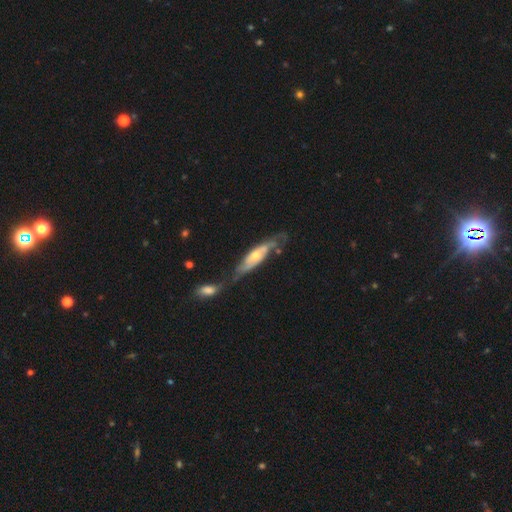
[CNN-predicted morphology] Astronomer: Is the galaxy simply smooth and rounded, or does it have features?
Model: featured or disk — 69%.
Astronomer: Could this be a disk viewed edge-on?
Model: no — 65%.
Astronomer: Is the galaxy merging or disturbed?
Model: none — 33% (runner-up: merger, 28%).